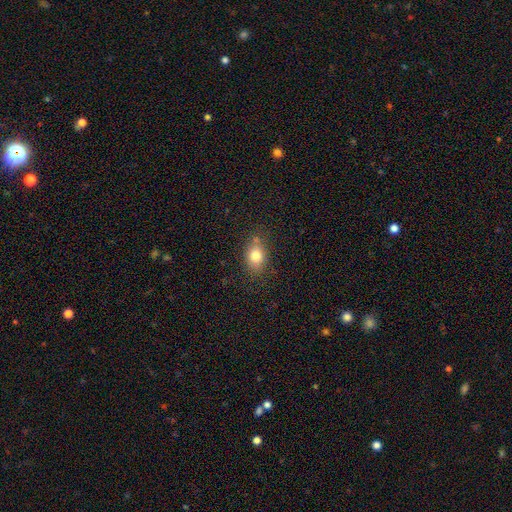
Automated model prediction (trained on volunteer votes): A smooth galaxy with no disk features (80%) that is in between round and cigar-shaped (68%).

Vote fractions:
- Smooth or featured? smooth: 80% / featured or disk: 10% / star or artifact: 10%
- How rounded? in between: 68% / round: 31% / cigar-shaped: 2%
- Merging? none: 72% / minor disturbance: 17% / merger: 6% / major disturbance: 4%